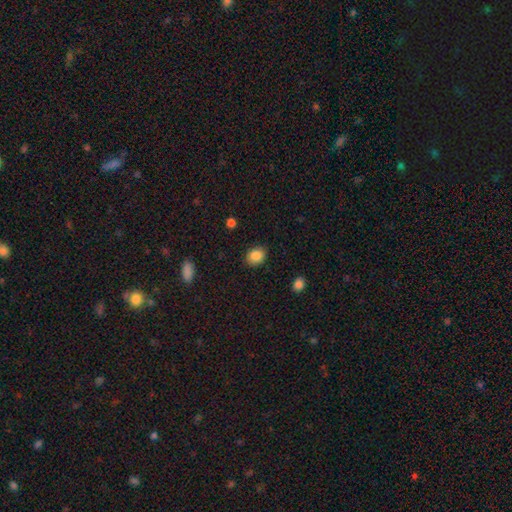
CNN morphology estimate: type=smooth (86%); roundness=round (52%); merging=none (87%).